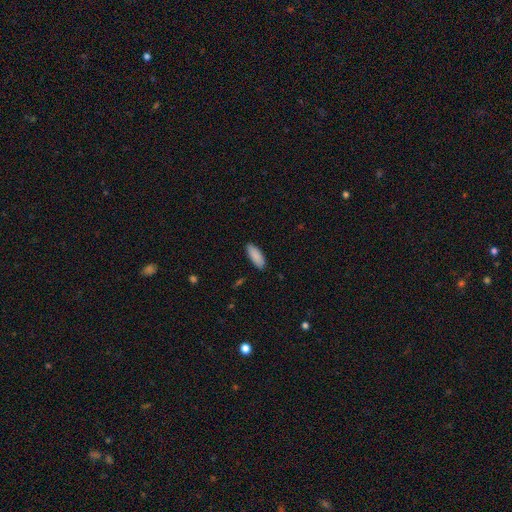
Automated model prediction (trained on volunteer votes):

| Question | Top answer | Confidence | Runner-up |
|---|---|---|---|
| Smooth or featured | smooth | 90% | star or artifact (6%) |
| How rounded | in between | 73% | cigar-shaped (26%) |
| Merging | none | 88% | minor disturbance (9%) |